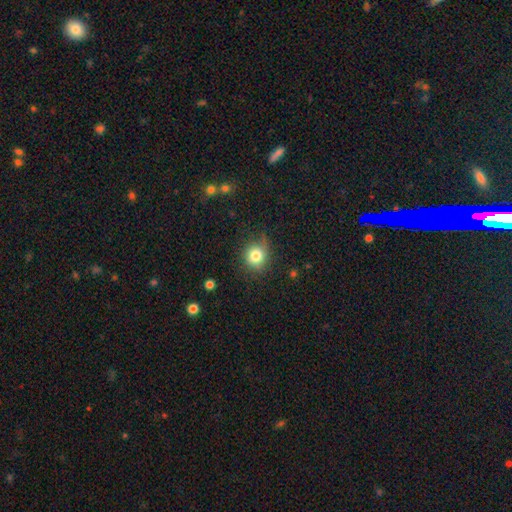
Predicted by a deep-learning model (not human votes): This appears to be a smooth galaxy with no disk features (79%) that is round (81%). Merging: none (70%).